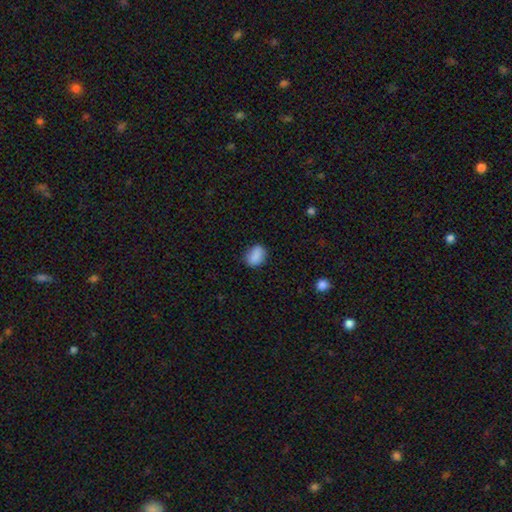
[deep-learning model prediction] The model was most divided on "how rounded": in between: 70%, round: 29%, cigar-shaped: 2%. More confident: smooth or featured — smooth (86%); merging — none (79%).